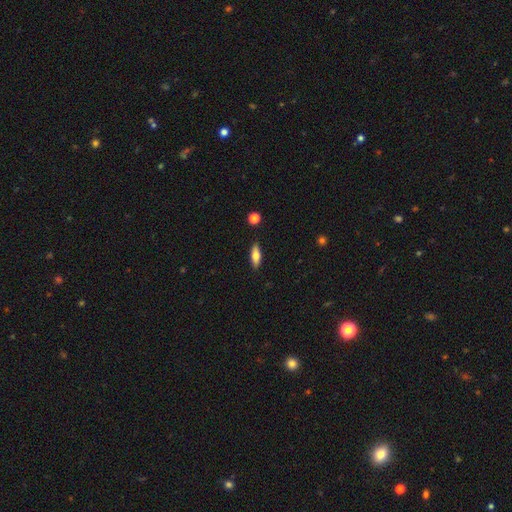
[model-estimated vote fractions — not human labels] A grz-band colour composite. It shows a smooth galaxy with no disk features (65%) that is in between round and cigar-shaped (60%). Merging: none (88%).